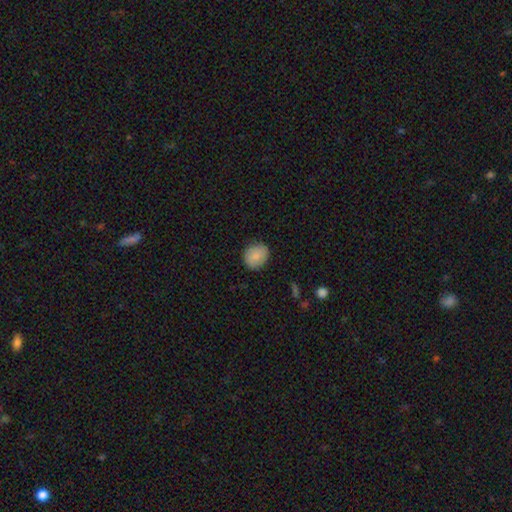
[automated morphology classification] The model was most divided on "how rounded": round: 68%, in between: 31%, cigar-shaped: 1%. More confident: smooth or featured — smooth (87%); merging — none (86%).